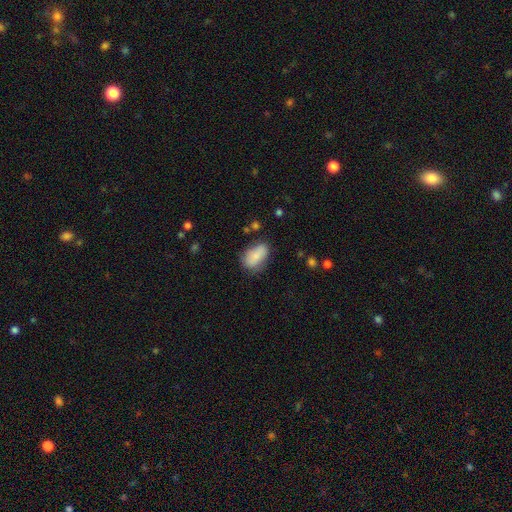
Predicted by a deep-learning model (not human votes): The model was most divided on "merging": none: 69%, minor disturbance: 22%, major disturbance: 6%, merger: 3%. More confident: how rounded — in between (90%); smooth or featured — smooth (84%).